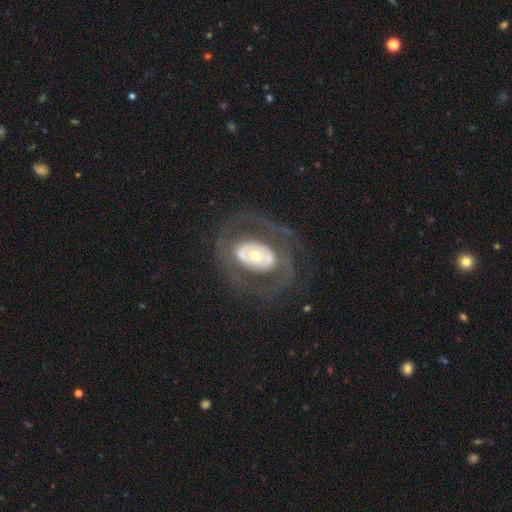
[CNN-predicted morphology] Overall: featured or disk (74%). Edge-on disk: no (94%). Bar: no (70%). Spiral arms: no (54%; yes 46%). Bulge size: moderate (55%; small 32%). Merging: none (67%).